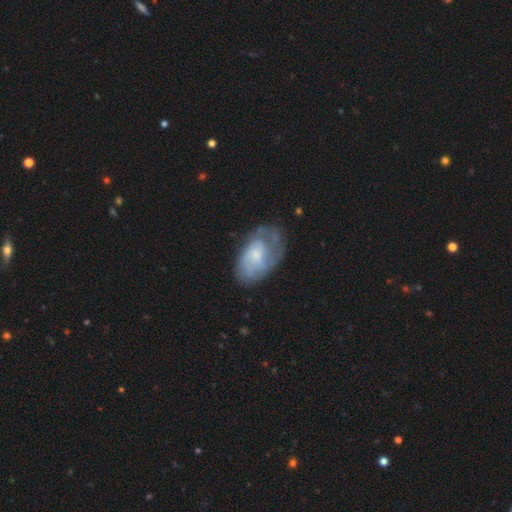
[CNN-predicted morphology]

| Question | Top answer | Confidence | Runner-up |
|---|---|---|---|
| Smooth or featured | featured or disk | 55% | smooth (38%) |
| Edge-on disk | no | 95% | yes (5%) |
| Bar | no | 72% | weak (25%) |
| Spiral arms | yes | 72% | no (28%) |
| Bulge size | small | 34% | tied: moderate (34%) |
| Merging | none | 57% | minor disturbance (26%) |